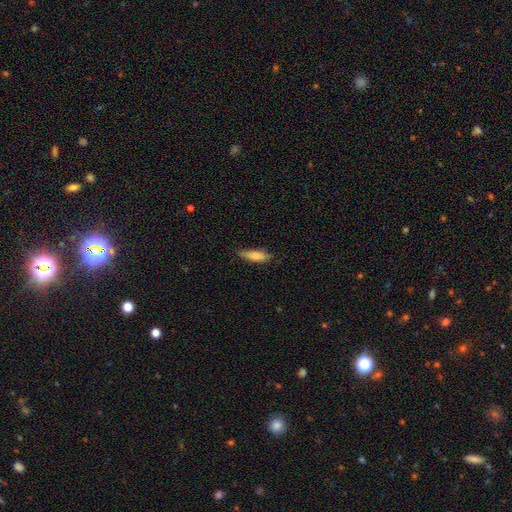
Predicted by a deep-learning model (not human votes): Smooth or featured? Predicted: smooth (p=0.83). How rounded? Predicted: cigar-shaped (p=0.52). Merging? Predicted: none (p=0.73).